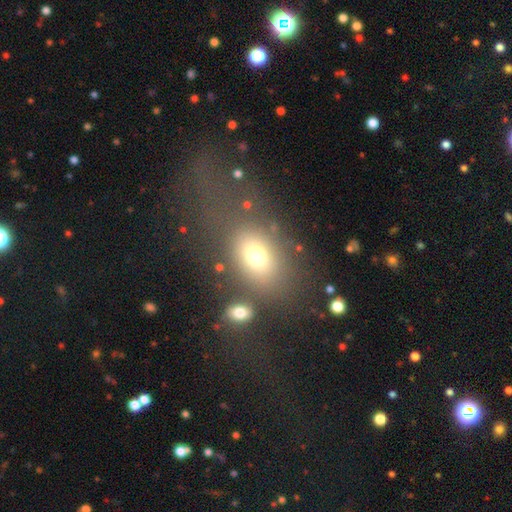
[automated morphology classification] smooth-or-featured: smooth: 72% | featured or disk: 15% | star or artifact: 14%
  how-rounded: in between: 70% | round: 29% | cigar-shaped: 2%
  merging: none: 65% | minor disturbance: 13% | major disturbance: 12% | merger: 10%